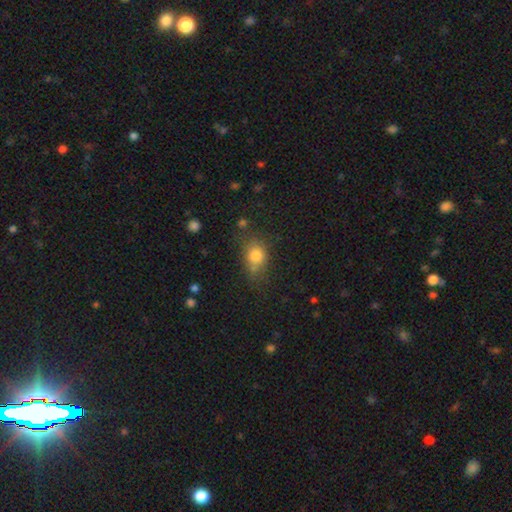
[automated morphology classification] A smooth galaxy with no disk features (78%) that is in between round and cigar-shaped (49%, tied with round).

Vote fractions:
- Smooth or featured? smooth: 78% / star or artifact: 12% / featured or disk: 10%
- How rounded? in between: 49% (tied) / round: 49% (tied) / cigar-shaped: 2%
- Merging? none: 57% / minor disturbance: 24% / merger: 10% / major disturbance: 9%